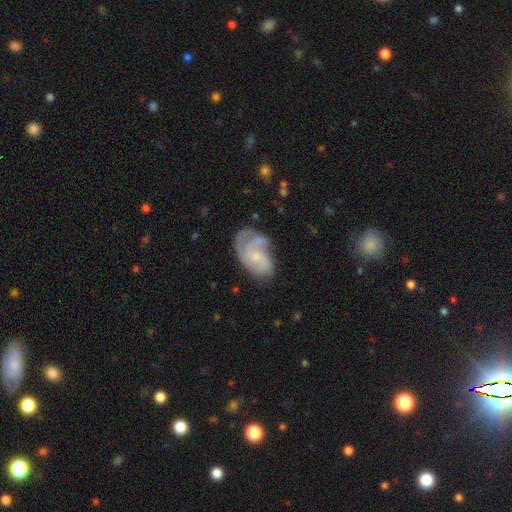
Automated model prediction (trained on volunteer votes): Smooth or featured?
  - featured or disk: 71% *
  - smooth: 22%
  - star or artifact: 7%
Edge-on disk?
  - no: 97% *
  - yes: 3%
Bar?
  - no: 66% *
  - weak: 29%
  - strong: 4%
Spiral arms?
  - yes: 89% *
  - no: 11%
Spiral winding?
  - medium: 43% *
  - tight: 37%
  - loose: 20%
Spiral arm count?
  - 2: 29% *
  - 3: 28%
  - can't tell: 26%
  - 1: 7%
  - 4: 6%
  - more than 4: 4%
Bulge size?
  - small: 63% *
  - moderate: 23%
  - none: 12%
  - large: 2%
  - dominant: 1%
Merging?
  - none: 48% *
  - minor disturbance: 27%
  - major disturbance: 19%
  - merger: 5%